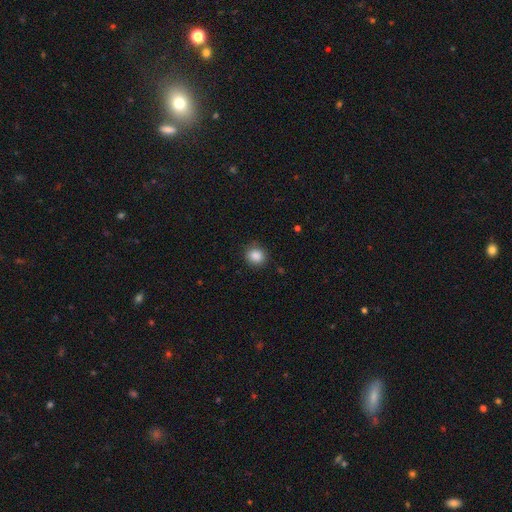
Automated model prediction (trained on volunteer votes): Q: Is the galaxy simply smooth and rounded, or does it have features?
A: smooth — 87%.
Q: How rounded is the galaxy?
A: round — 80%.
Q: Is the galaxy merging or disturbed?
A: none — 86%.